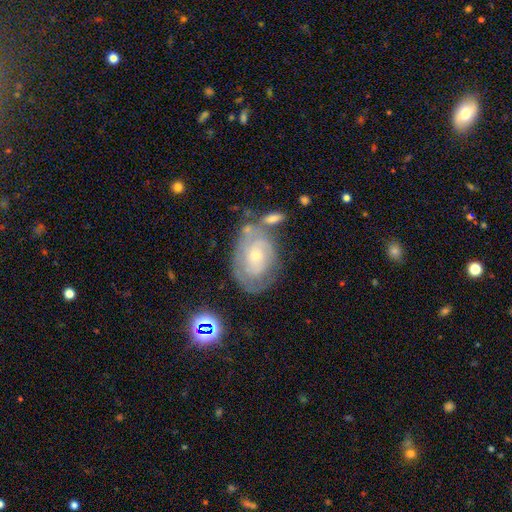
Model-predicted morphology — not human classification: featured or disk 72%, smooth 20%, star or artifact 7%. Down the decision tree: edge-on disk — no (96%); bar — no (75%); spiral arms — yes (79%); spiral arm count — can't tell (52%); spiral winding — tight (68%); bulge size — small (63%); merging — none (50%).